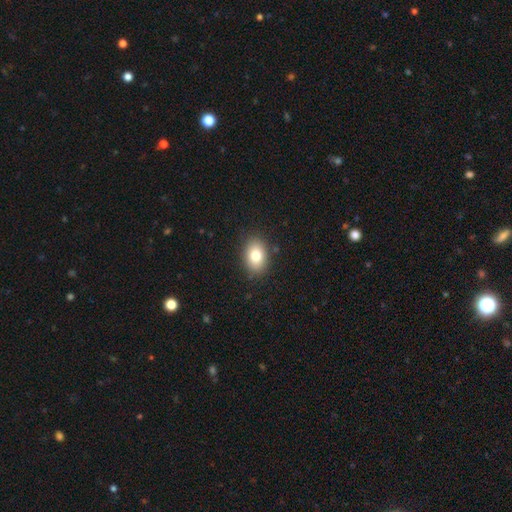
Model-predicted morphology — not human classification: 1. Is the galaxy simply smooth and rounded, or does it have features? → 79% smooth, 11% featured or disk, 9% star or artifact.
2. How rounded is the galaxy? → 77% in between, 22% round, 1% cigar-shaped.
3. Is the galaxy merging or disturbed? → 87% none, 9% minor disturbance, 3% major disturbance, 1% merger.